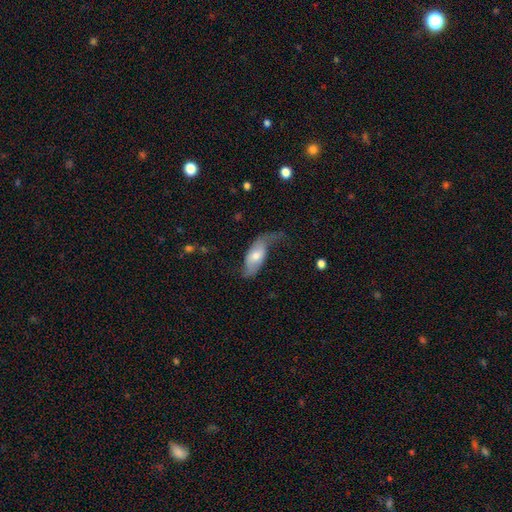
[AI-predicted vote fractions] Smooth or featured? smooth (54%)
How rounded? in between (88%)
Merging? major disturbance (34%)